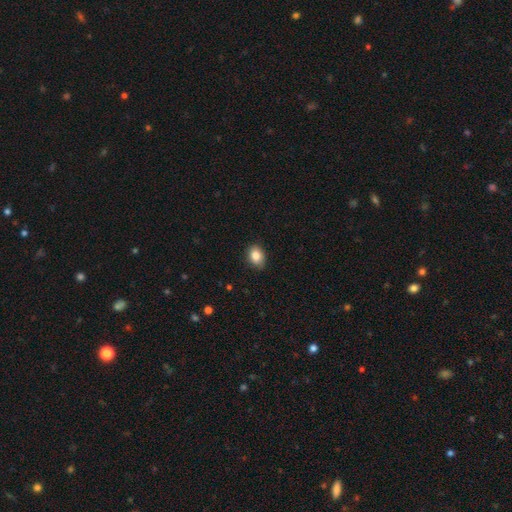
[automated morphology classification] type=smooth (85%); roundness=in between (73%); merging=none (84%).